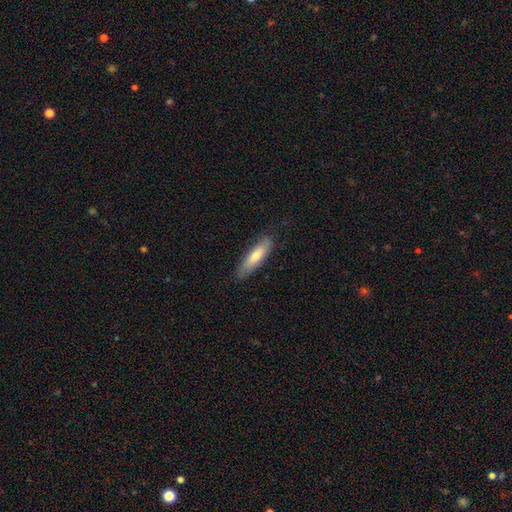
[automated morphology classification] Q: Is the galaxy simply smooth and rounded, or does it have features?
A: smooth — 68%.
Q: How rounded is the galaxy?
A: cigar-shaped — 68%.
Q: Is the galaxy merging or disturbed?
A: none — 81%.